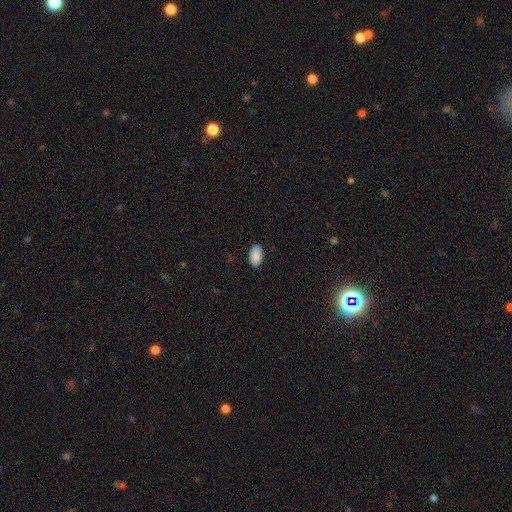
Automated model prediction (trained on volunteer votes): This is clearly a smooth galaxy (90%). How rounded: clearly in between (95%). Merging: clearly none (88%).